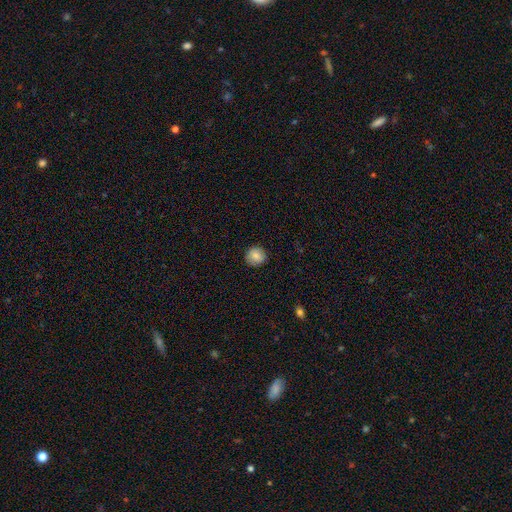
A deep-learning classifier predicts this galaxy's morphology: The model was most divided on "smooth or featured": smooth: 85%, star or artifact: 9%, featured or disk: 7%. More confident: how rounded — round (92%); merging — none (89%).